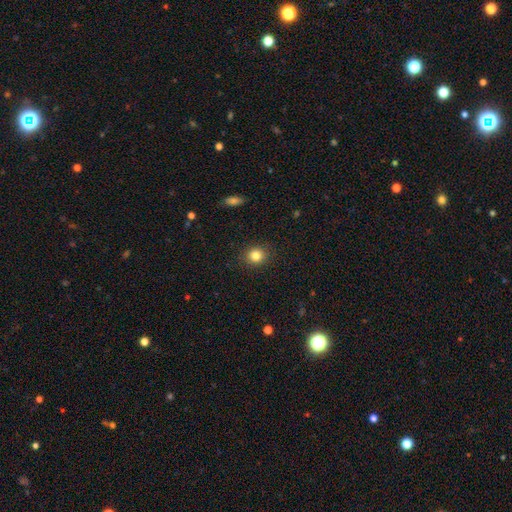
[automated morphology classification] This appears to be a smooth galaxy with no disk features (84%) that is round (76%). Merging: none (89%).